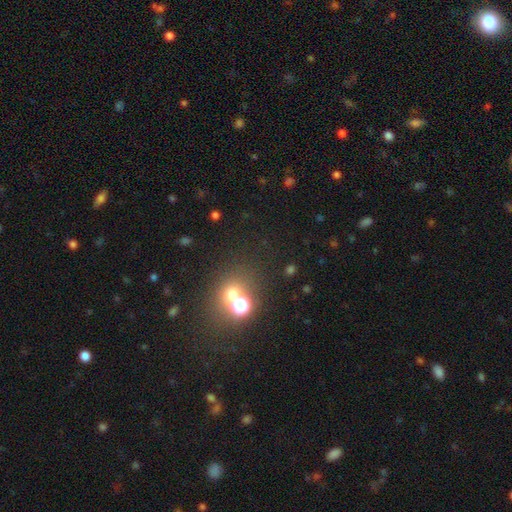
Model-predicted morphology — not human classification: This is possibly a smooth galaxy (47%). Merging: possibly none (51%).